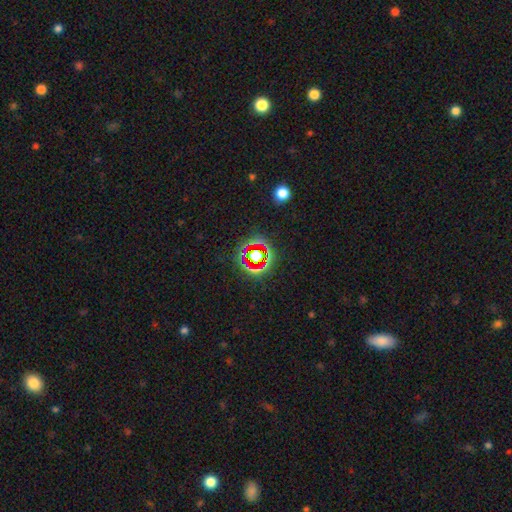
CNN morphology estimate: Smooth or featured? star or artifact (64%)